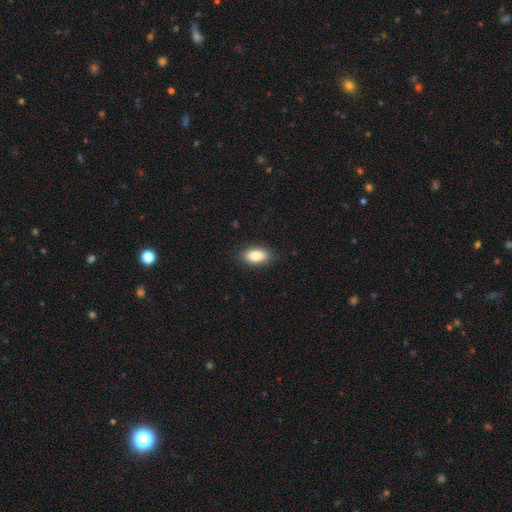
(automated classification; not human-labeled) A smooth galaxy with no disk features (85%) that is in between round and cigar-shaped (90%).

Vote fractions:
- Smooth or featured? smooth: 85% / featured or disk: 8% / star or artifact: 7%
- How rounded? in between: 90% / cigar-shaped: 6% / round: 4%
- Merging? none: 87% / minor disturbance: 10% / major disturbance: 2% / merger: 1%